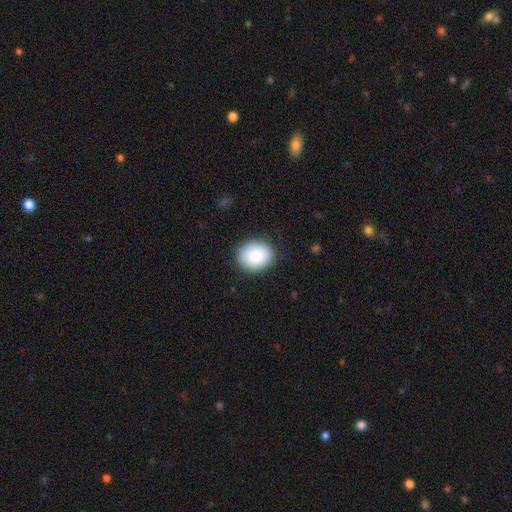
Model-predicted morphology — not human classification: The model was most divided on "how rounded": round: 64%, in between: 35%, cigar-shaped: 1%. More confident: merging — none (88%); smooth or featured — smooth (85%).